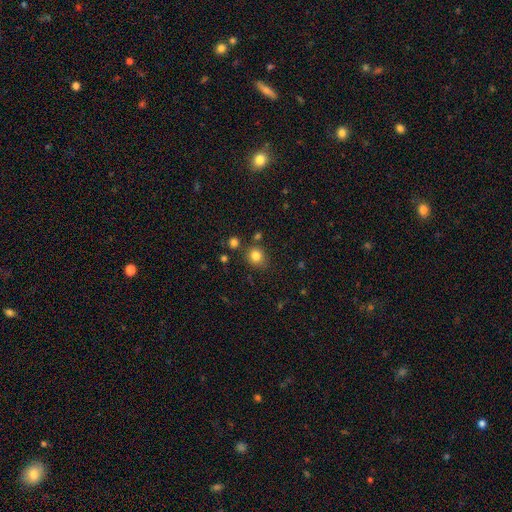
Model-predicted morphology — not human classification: smooth_or_featured: smooth (p=0.81) [alt: star or artifact p=0.13]
how_rounded: round (p=0.78) [alt: in between p=0.21]
merging: none (p=0.78) [alt: minor disturbance p=0.12]